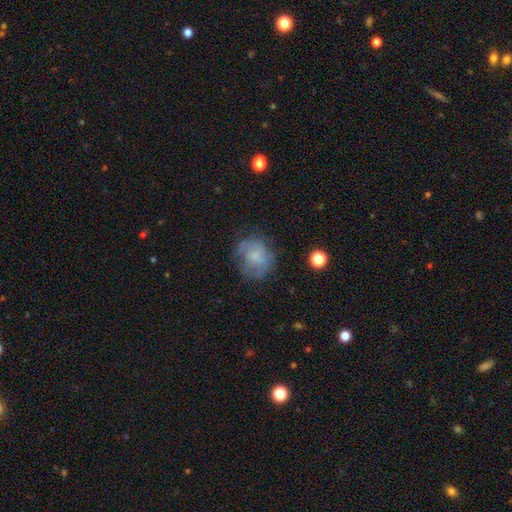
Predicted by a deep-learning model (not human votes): The model was most divided on "smooth or featured": smooth: 56%, featured or disk: 32%, star or artifact: 12%. More confident: how rounded — round (64%); merging — none (55%).